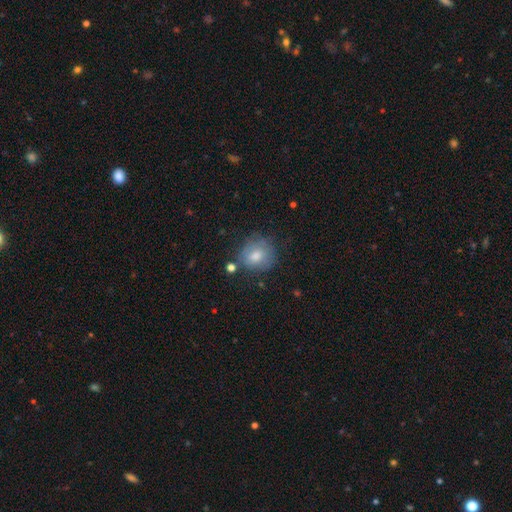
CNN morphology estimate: Smooth or featured? smooth (75%)
How rounded? round (77%)
Merging? none (65%)